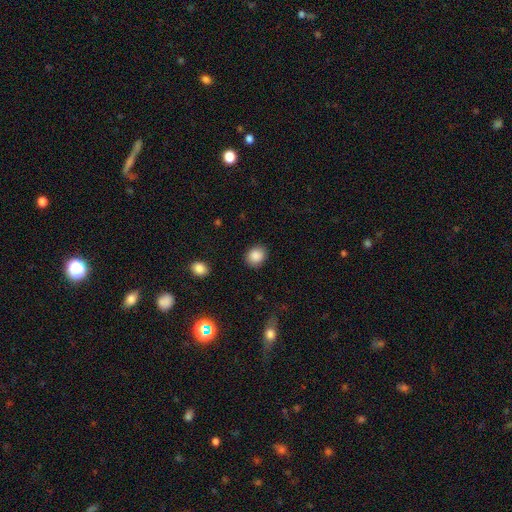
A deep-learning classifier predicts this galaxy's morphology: smooth-or-featured: smooth: 88% | star or artifact: 9% | featured or disk: 3%
  how-rounded: round: 65% | in between: 34% | cigar-shaped: 1%
  merging: none: 87% | minor disturbance: 9% | major disturbance: 3% | merger: 1%